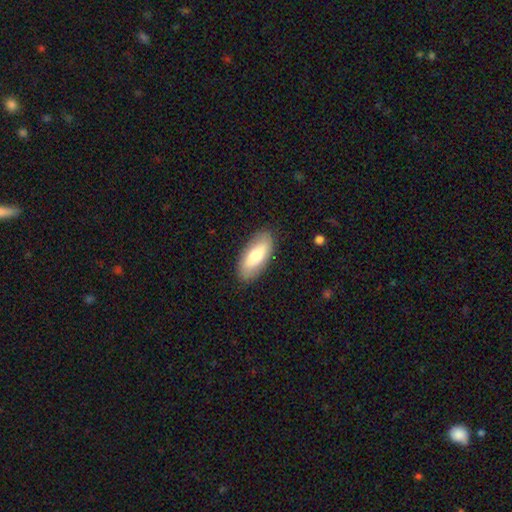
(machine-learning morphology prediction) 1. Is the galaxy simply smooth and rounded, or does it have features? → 73% smooth, 22% featured or disk, 6% star or artifact.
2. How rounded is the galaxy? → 85% in between, 12% cigar-shaped, 2% round.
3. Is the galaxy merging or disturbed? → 87% none, 10% minor disturbance, 2% major disturbance, 1% merger.